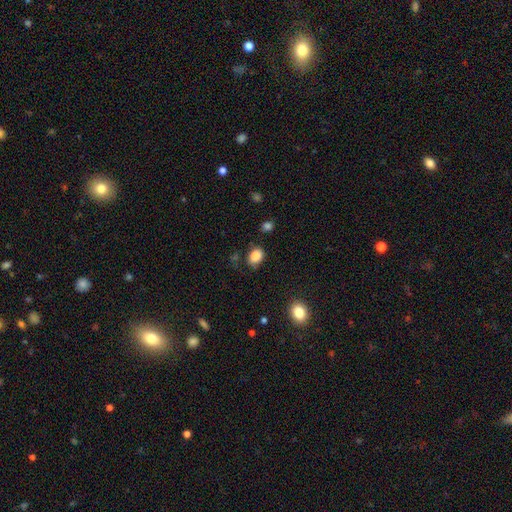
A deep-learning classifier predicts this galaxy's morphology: type=smooth (85%); roundness=in between (68%); merging=none (74%).